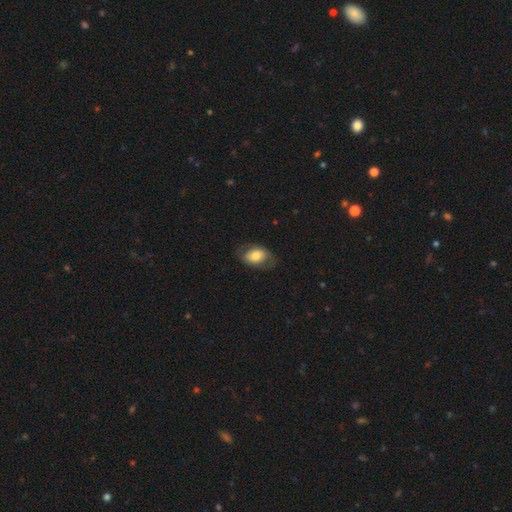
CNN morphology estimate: Q: Smooth or featured?
A: smooth (69%); runner-up: featured or disk (24%)
Q: How rounded?
A: in between (84%); runner-up: round (15%)
Q: Merging?
A: none (70%); runner-up: minor disturbance (20%)